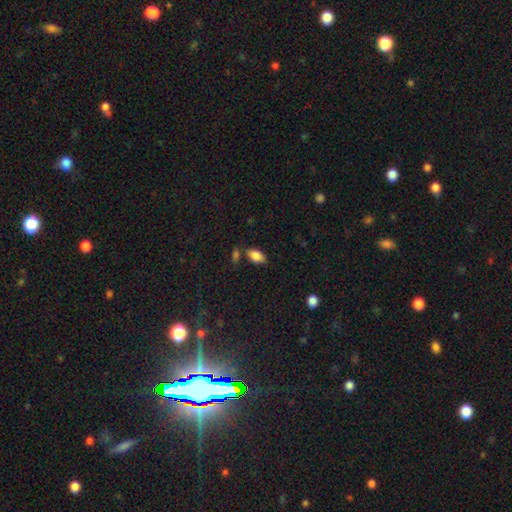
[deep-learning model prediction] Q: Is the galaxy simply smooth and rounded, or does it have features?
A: smooth — 85%.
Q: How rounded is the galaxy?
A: in between — 92%.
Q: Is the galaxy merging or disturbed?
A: none — 72%.